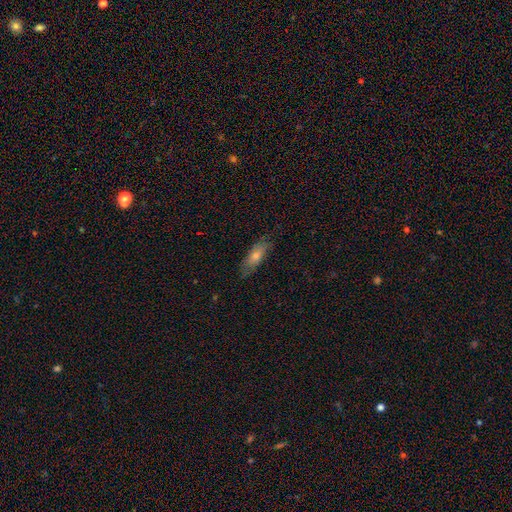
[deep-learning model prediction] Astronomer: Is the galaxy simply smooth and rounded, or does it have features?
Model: smooth — 60%.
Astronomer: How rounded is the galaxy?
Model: in between — 53% (runner-up: cigar-shaped, 45%).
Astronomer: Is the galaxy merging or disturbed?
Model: none — 78%.